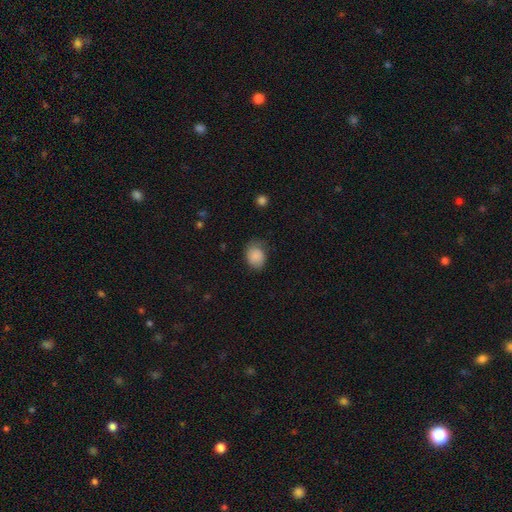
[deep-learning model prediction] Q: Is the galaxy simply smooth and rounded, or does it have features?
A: smooth — 84%.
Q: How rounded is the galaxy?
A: in between — 60%.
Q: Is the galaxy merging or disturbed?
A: none — 58%.